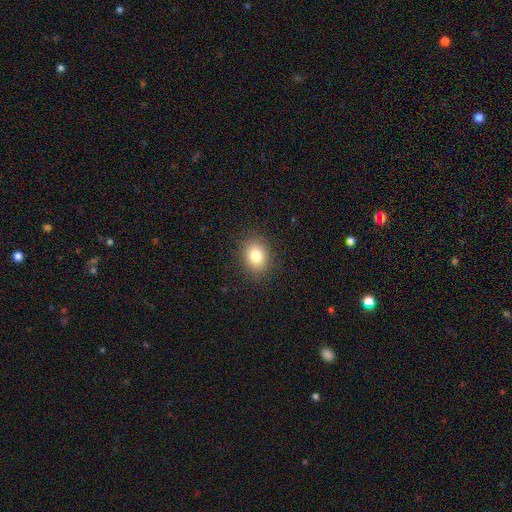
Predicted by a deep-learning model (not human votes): Smooth or featured: smooth — 81% (star or artifact — 11%)
How rounded: round — 52% (in between — 47%)
Merging: none — 88% (minor disturbance — 8%)